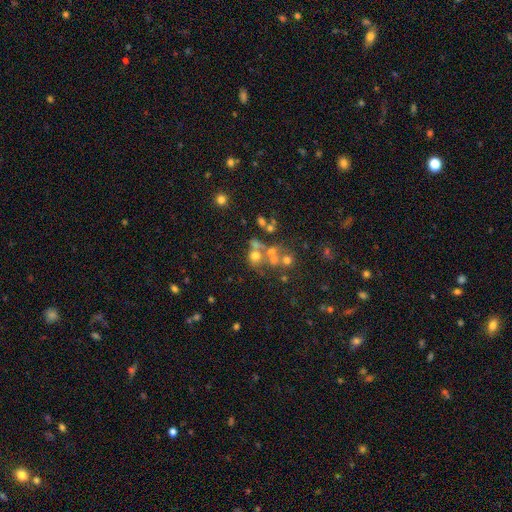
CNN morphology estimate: Smooth or featured: smooth — 49% (featured or disk — 28%)
Merging: merger — 41% (tied with none — 41%)